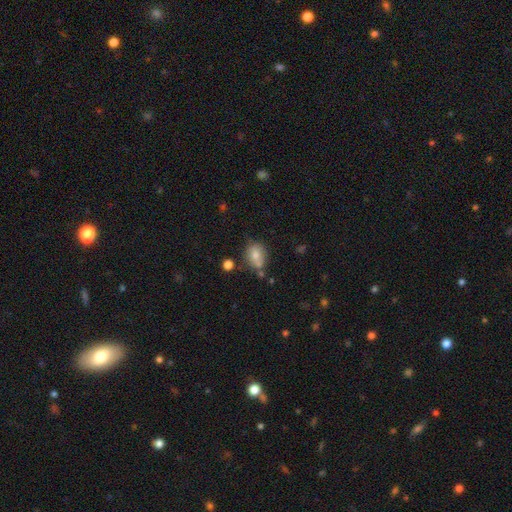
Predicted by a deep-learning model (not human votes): Q: Smooth or featured?
A: smooth (74%); runner-up: featured or disk (16%)
Q: How rounded?
A: in between (53%); runner-up: round (46%)
Q: Merging?
A: none (58%); runner-up: minor disturbance (20%)